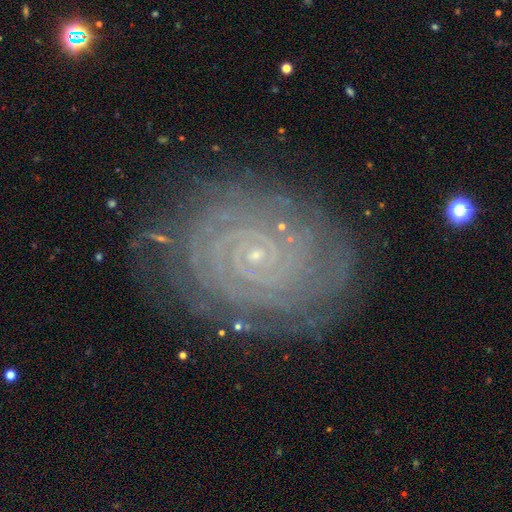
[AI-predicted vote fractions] Smooth or featured? featured or disk (85%)
Edge-on disk? no (98%)
Bar? no (80%)
Spiral arms? yes (97%)
Spiral winding? tight (89%)
Spiral arm count? can't tell (28%)
Bulge size? small (91%)
Merging? none (82%)